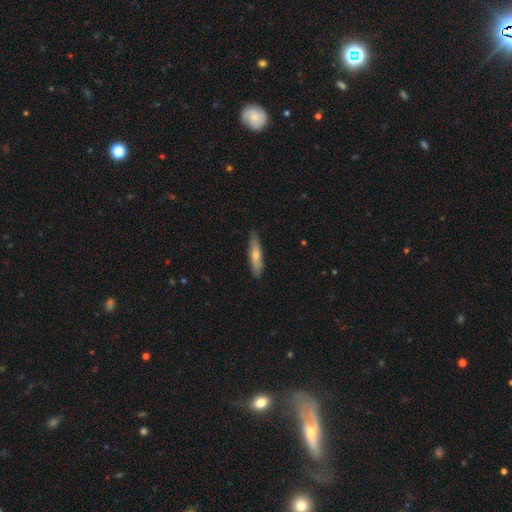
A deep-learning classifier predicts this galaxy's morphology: smooth 66%, featured or disk 29%, star or artifact 6%. Down the decision tree: how rounded — cigar-shaped (79%); merging — none (84%).